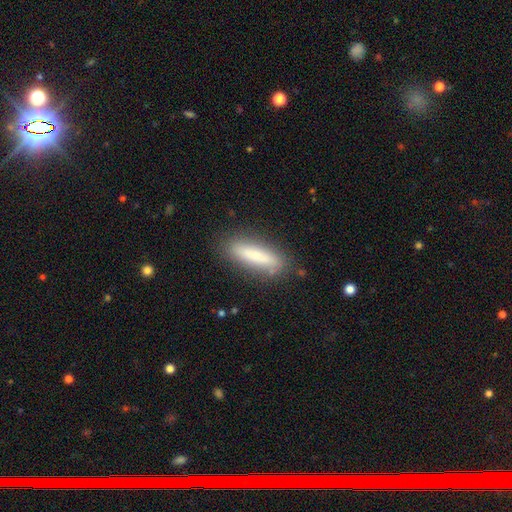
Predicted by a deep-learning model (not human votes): A smooth galaxy with no disk features (77%) that is cigar-shaped (67%).

Vote fractions:
- Smooth or featured? smooth: 77% / featured or disk: 16% / star or artifact: 7%
- How rounded? cigar-shaped: 67% / in between: 32% / round: 2%
- Merging? none: 83% / minor disturbance: 12% / major disturbance: 3% / merger: 2%